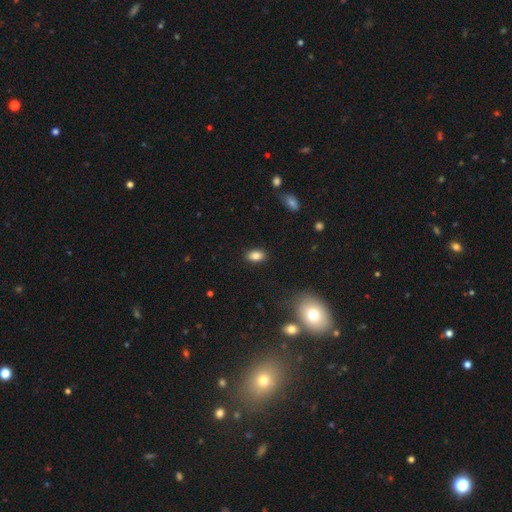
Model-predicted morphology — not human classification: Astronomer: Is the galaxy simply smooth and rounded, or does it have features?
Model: smooth — 84%.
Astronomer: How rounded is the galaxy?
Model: in between — 89%.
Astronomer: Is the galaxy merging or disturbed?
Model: none — 87%.